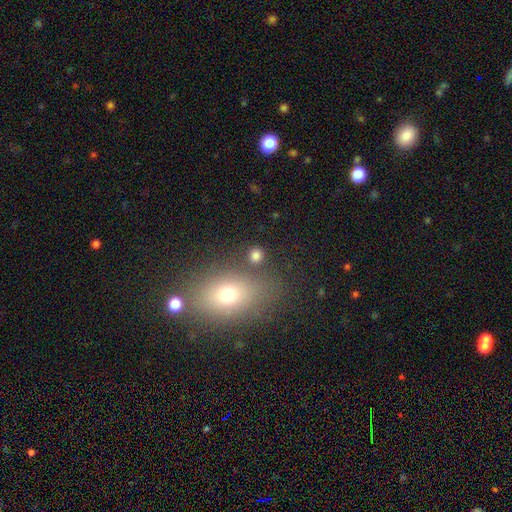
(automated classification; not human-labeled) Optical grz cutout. It shows a smooth galaxy with no disk features (79%) that is round (80%). Merging: none (80%).